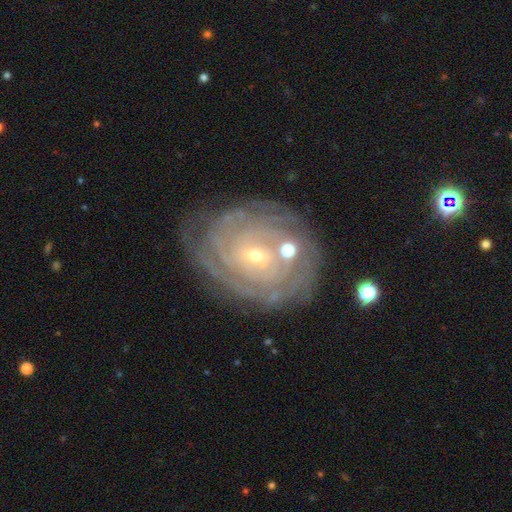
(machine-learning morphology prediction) smooth_or_featured: featured or disk (p=0.85) [alt: smooth p=0.09]
disk_edge_on: no (p=0.96) [alt: yes p=0.04]
bar: no (p=0.56) [alt: weak p=0.34]
has_spiral_arms: yes (p=0.94) [alt: no p=0.06]
spiral_winding: tight (p=0.84) [alt: medium p=0.12]
spiral_arm_count: can't tell (p=0.40) [alt: 4 p=0.18]
bulge_size: small (p=0.75) [alt: moderate p=0.22]
merging: none (p=0.73) [alt: minor disturbance p=0.16]